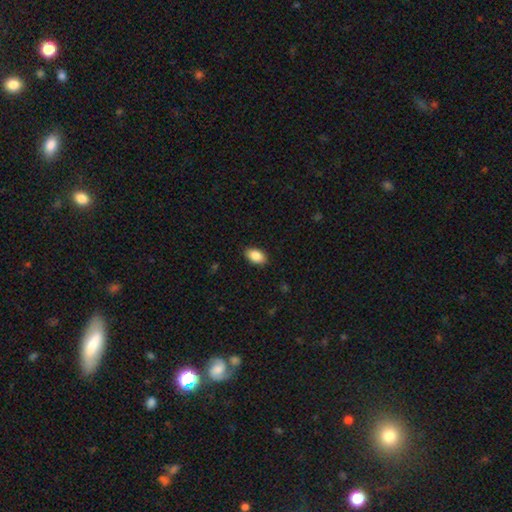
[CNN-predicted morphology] Smooth or featured?
  - smooth: 88% *
  - star or artifact: 7%
  - featured or disk: 5%
How rounded?
  - in between: 93% *
  - round: 6%
  - cigar-shaped: 2%
Merging?
  - none: 89% *
  - minor disturbance: 9%
  - major disturbance: 2%
  - merger: 1%